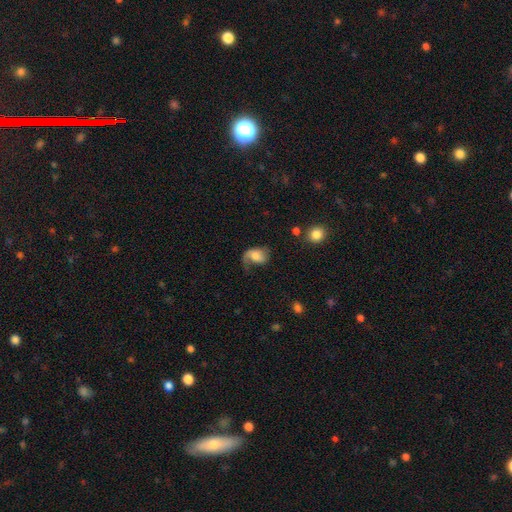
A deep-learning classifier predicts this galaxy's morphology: A smooth galaxy with no disk features (46%).

Vote fractions:
- Smooth or featured? smooth: 46% / featured or disk: 45% / star or artifact: 9%
- Merging? none: 36% / major disturbance: 35% / minor disturbance: 26% / merger: 3%